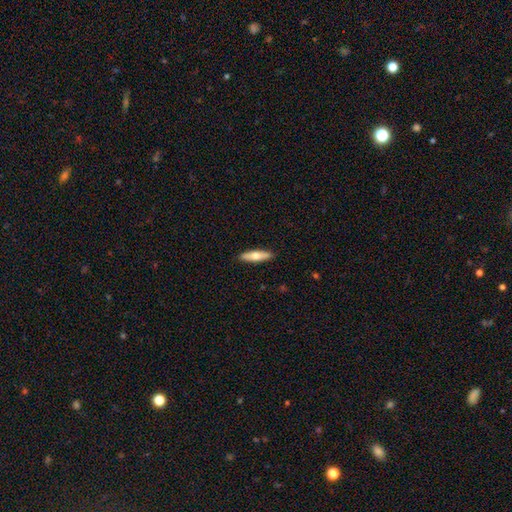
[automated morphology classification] Smooth or featured: smooth — 61% (featured or disk — 34%)
How rounded: cigar-shaped — 68% (in between — 30%)
Merging: none — 90% (minor disturbance — 8%)